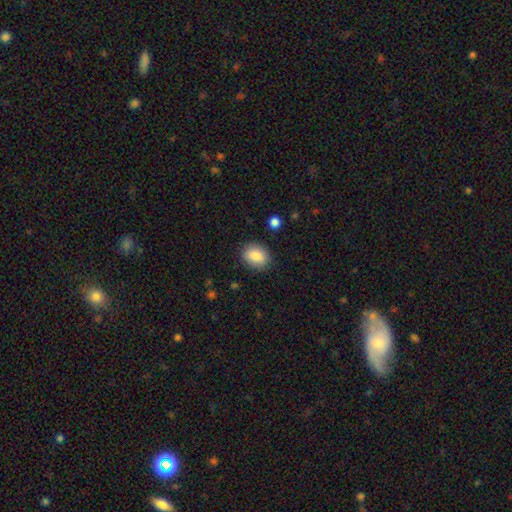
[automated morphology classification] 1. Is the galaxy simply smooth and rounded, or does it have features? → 86% smooth, 8% star or artifact, 6% featured or disk.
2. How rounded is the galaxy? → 56% in between, 43% round, 1% cigar-shaped.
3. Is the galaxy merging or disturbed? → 85% none, 11% minor disturbance, 3% major disturbance, 1% merger.